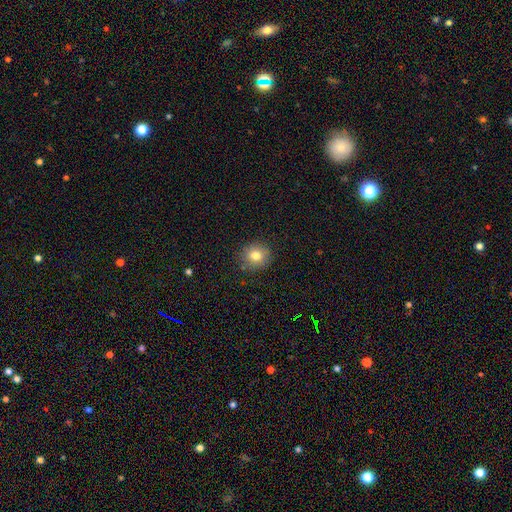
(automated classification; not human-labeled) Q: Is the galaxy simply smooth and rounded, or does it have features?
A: smooth — 79%.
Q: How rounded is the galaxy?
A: round — 83%.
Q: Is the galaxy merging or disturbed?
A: none — 87%.